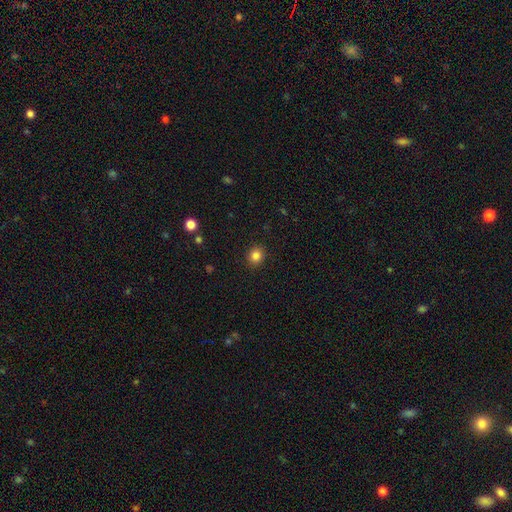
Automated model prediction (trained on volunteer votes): Smooth or featured: smooth — 84% (star or artifact — 11%)
How rounded: round — 78% (in between — 21%)
Merging: none — 90% (minor disturbance — 7%)